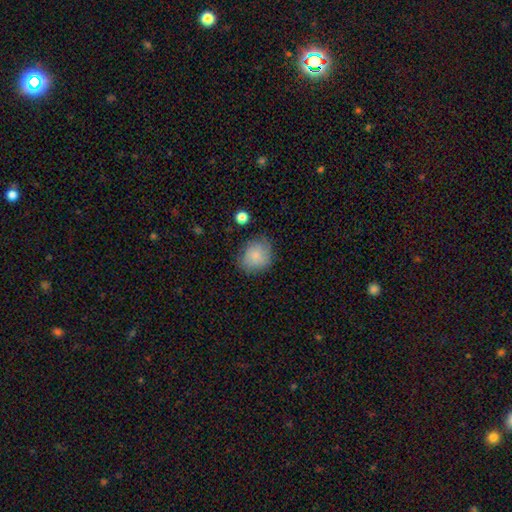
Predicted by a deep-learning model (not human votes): A smooth galaxy with no disk features (74%) that is round (74%). Merging: none (74%).